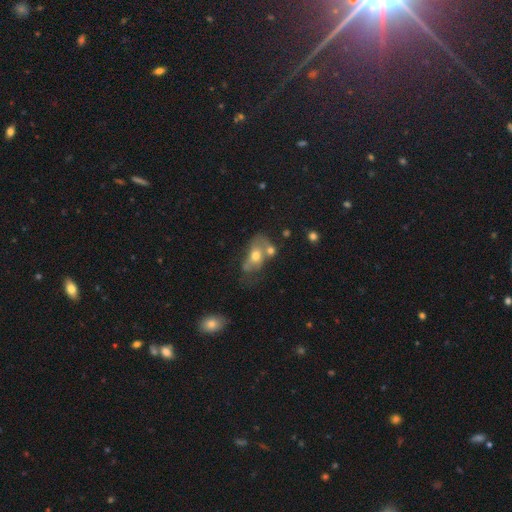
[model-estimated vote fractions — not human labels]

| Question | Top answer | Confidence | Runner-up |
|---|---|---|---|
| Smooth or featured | smooth | 55% | featured or disk (36%) |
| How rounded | in between | 80% | round (17%) |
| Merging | merger | 39% | none (23%) |